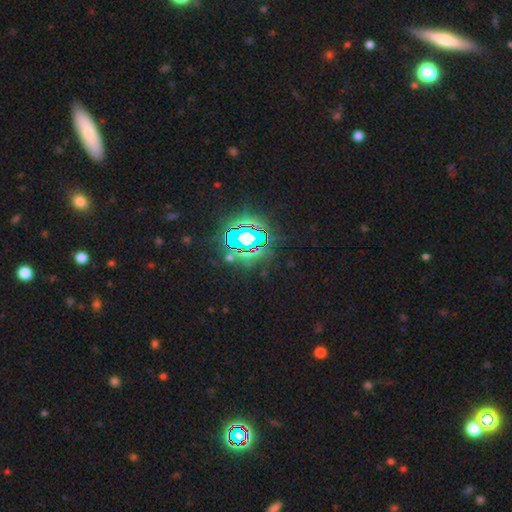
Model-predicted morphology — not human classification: Smooth or featured? Predicted: star or artifact (p=0.82).